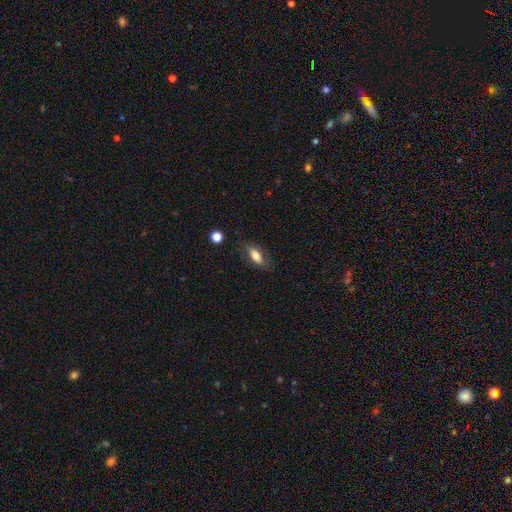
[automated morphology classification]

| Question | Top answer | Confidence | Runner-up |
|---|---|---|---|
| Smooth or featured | smooth | 71% | featured or disk (21%) |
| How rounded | in between | 79% | cigar-shaped (17%) |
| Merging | none | 74% | minor disturbance (19%) |